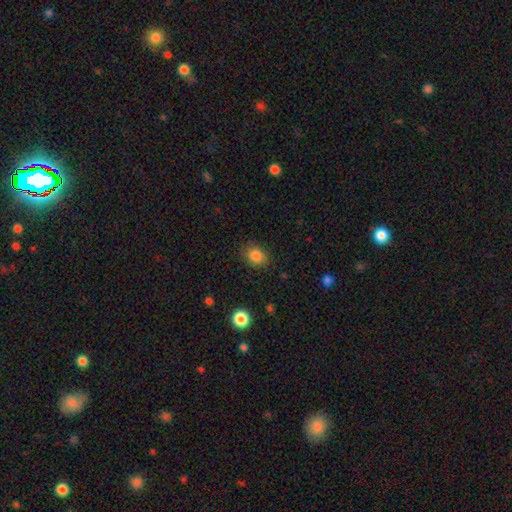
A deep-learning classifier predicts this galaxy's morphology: This appears to be a smooth galaxy with no disk features (85%) that is round (56%). Merging: none (84%).